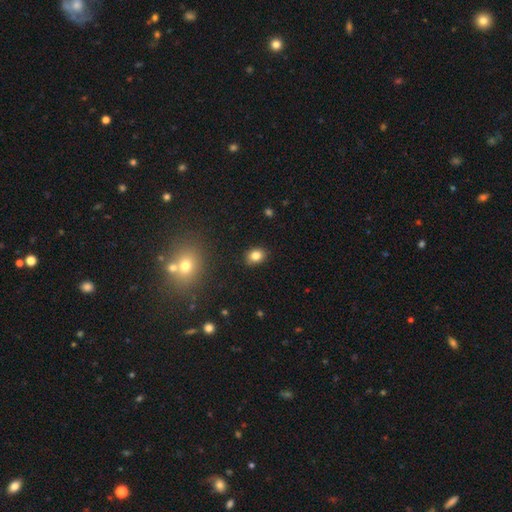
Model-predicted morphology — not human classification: A smooth galaxy with no disk features (82%) that is in between round and cigar-shaped (51%).

Vote fractions:
- Smooth or featured? smooth: 82% / star or artifact: 11% / featured or disk: 7%
- How rounded? in between: 51% / round: 48% / cigar-shaped: 1%
- Merging? none: 88% / minor disturbance: 9% / major disturbance: 2% / merger: 1%